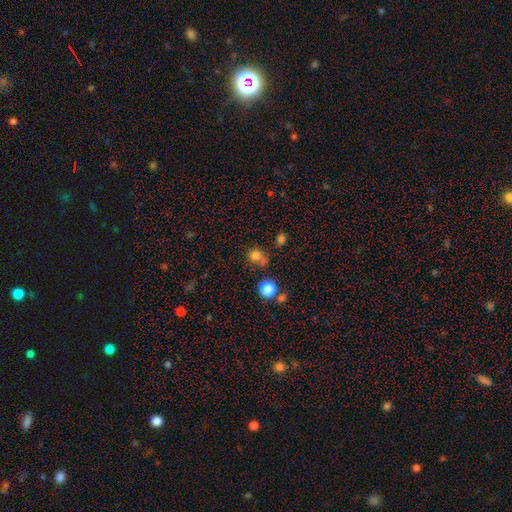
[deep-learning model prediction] Smooth or featured: smooth — 75% (star or artifact — 16%)
How rounded: round — 77% (in between — 22%)
Merging: none — 52% (merger — 25%)